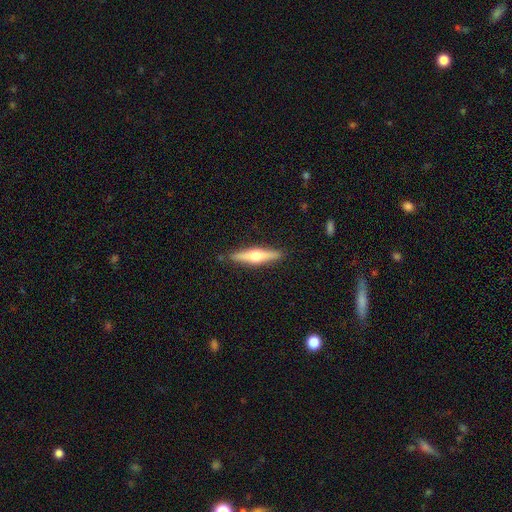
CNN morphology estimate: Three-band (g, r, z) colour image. It shows a featured or disk galaxy (62%) viewed edge-on (96%) with a rounded central bulge (94%). Merging: none (90%).